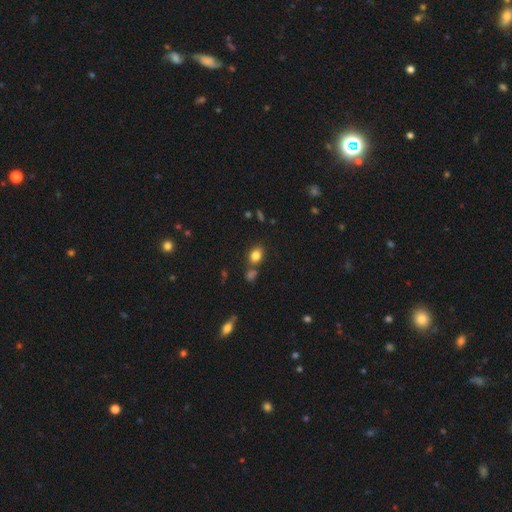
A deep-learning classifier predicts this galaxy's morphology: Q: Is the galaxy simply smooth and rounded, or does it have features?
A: smooth — 81%.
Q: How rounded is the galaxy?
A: in between — 63%.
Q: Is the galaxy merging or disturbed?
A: none — 69%.